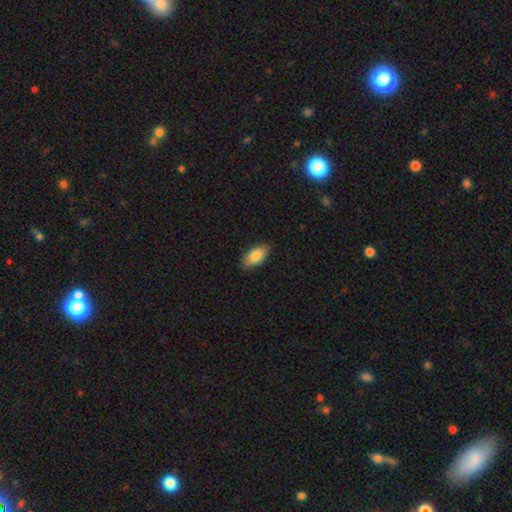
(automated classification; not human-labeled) Overall: smooth (84%). How rounded: in between (91%). Merging: none (87%).